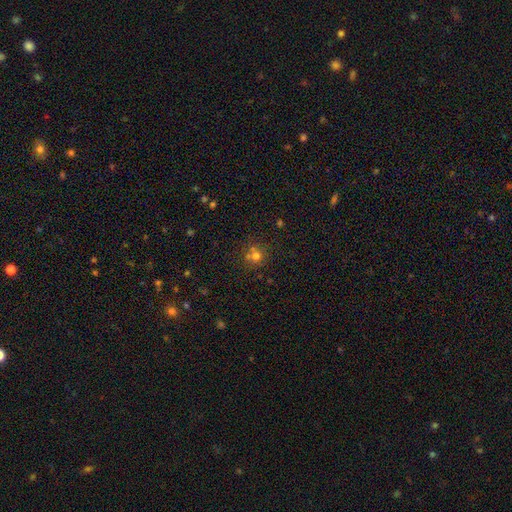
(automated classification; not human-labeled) A smooth galaxy with no disk features (67%) that is round (89%).

Vote fractions:
- Smooth or featured? smooth: 67% / star or artifact: 21% / featured or disk: 12%
- How rounded? round: 89% / in between: 10% / cigar-shaped: 1%
- Merging? none: 61% / merger: 26% / minor disturbance: 9% / major disturbance: 4%